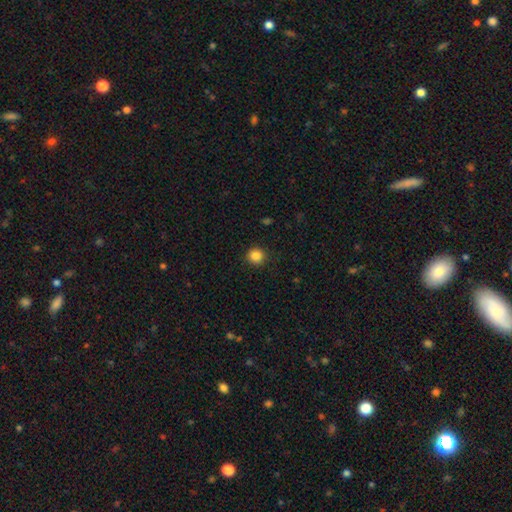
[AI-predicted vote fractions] Smooth or featured?
  - smooth: 85% *
  - star or artifact: 11%
  - featured or disk: 4%
How rounded?
  - round: 93% *
  - in between: 6%
  - cigar-shaped: 1%
Merging?
  - none: 92% *
  - minor disturbance: 6%
  - major disturbance: 2%
  - merger: 1%